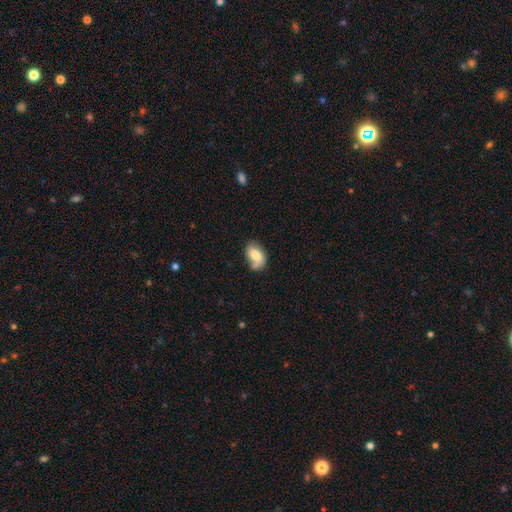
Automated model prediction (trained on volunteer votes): This appears to be a smooth galaxy with no disk features (68%) that is in between round and cigar-shaped (87%). Merging: none (49%).